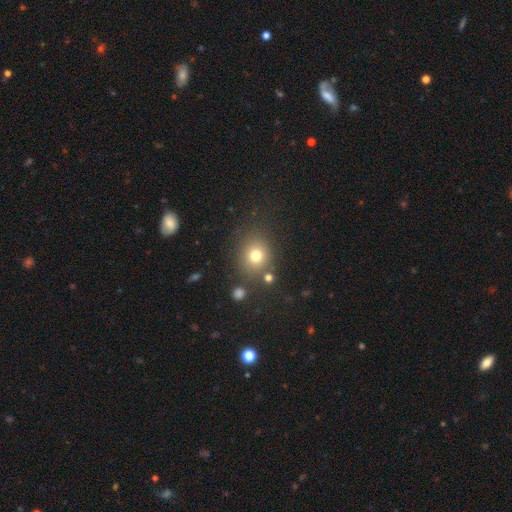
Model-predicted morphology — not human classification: type=smooth (75%); roundness=round (74%); merging=none (77%).